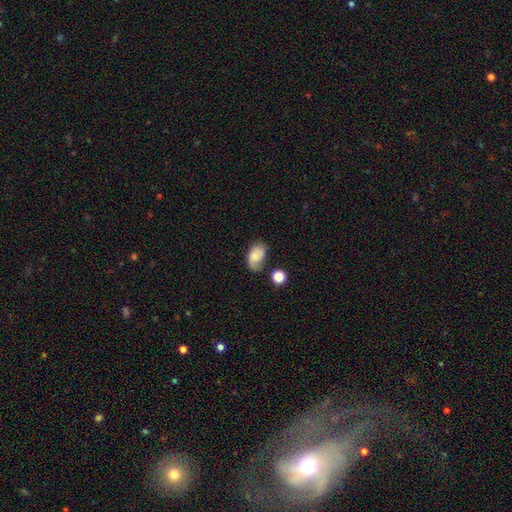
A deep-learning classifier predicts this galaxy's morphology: This is likely a smooth galaxy (66%). How rounded: clearly in between (85%). Merging: marginally none (45%).